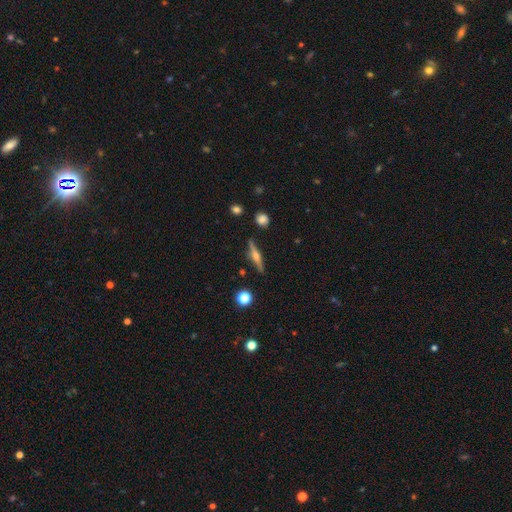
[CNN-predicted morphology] Smooth or featured? featured or disk (69%)
Edge-on disk? yes (97%)
Edge-on bulge? rounded (92%)
Merging? none (87%)